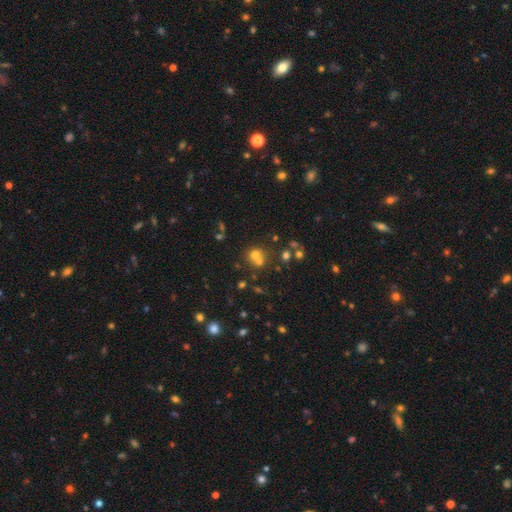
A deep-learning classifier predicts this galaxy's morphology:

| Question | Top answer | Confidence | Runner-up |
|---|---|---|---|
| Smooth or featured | smooth | 59% | star or artifact (24%) |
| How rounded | round | 84% | in between (15%) |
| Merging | none | 47% | merger (41%) |